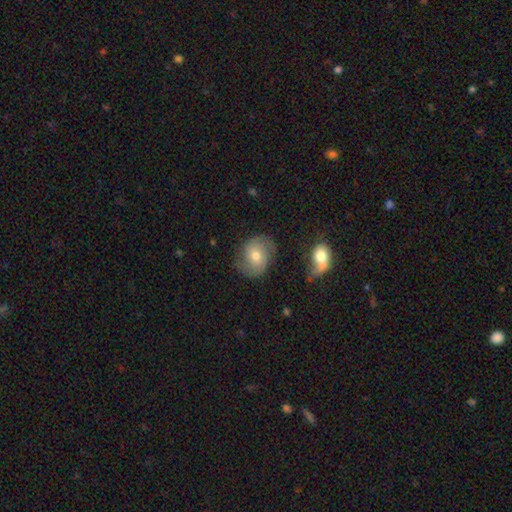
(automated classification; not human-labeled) Morphology: type=featured or disk (53%); edge-on=no (96%); bar=no (60%); spiral arms=yes (82%); bulge=moderate (65%); merging=none (68%).